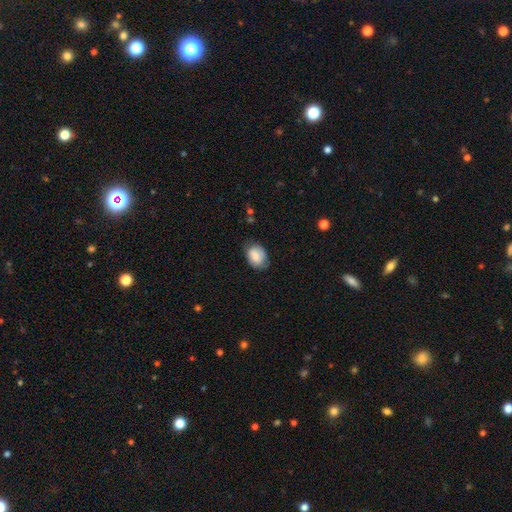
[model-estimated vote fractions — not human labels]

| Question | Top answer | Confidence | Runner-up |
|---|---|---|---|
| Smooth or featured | smooth | 81% | featured or disk (12%) |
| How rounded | in between | 78% | round (21%) |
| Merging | none | 67% | minor disturbance (26%) |